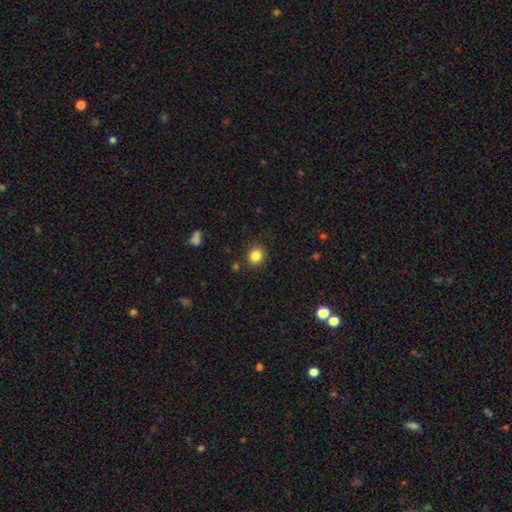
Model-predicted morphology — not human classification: Smooth or featured? Predicted: smooth (p=0.84). How rounded? Predicted: round (p=0.79). Merging? Predicted: none (p=0.88).